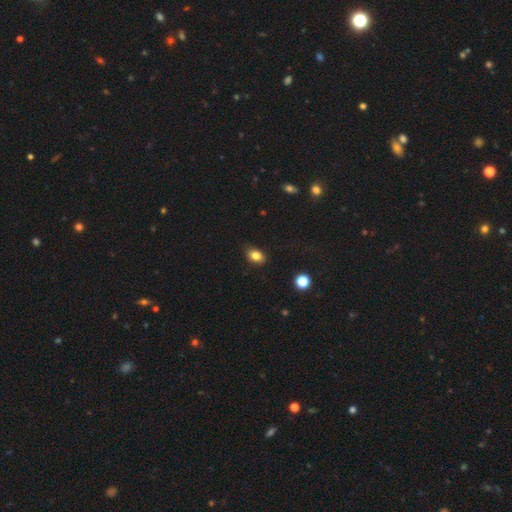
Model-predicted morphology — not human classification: A smooth galaxy with no disk features (82%) that is in between round and cigar-shaped (73%). Merging: none (81%).